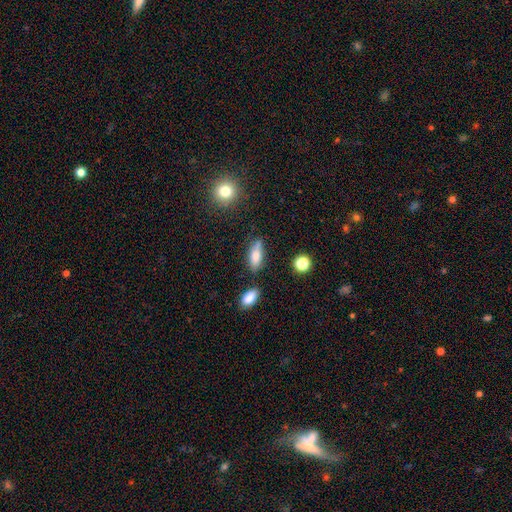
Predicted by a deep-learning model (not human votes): smooth-or-featured: smooth: 72% | featured or disk: 19% | star or artifact: 9%
  how-rounded: in between: 69% | cigar-shaped: 28% | round: 4%
  merging: none: 69% | minor disturbance: 20% | merger: 7% | major disturbance: 5%